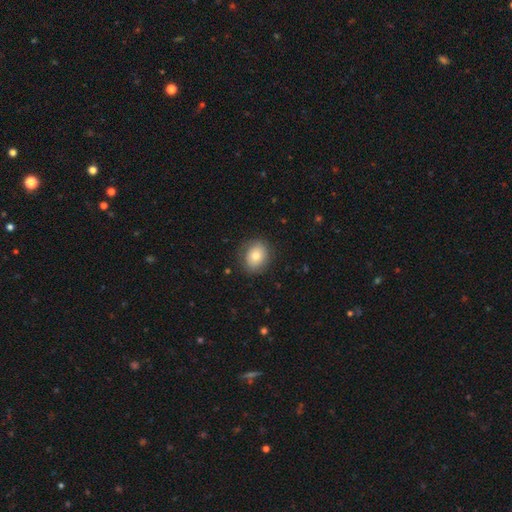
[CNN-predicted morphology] smooth_or_featured: smooth (p=0.76) [alt: featured or disk p=0.16]
how_rounded: round (p=0.57) [alt: in between p=0.42]
merging: none (p=0.82) [alt: minor disturbance p=0.13]